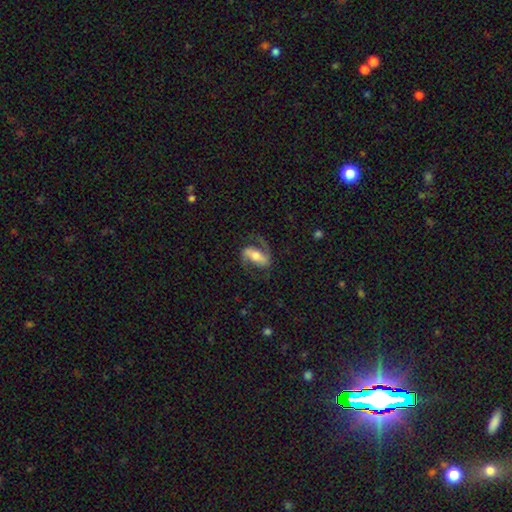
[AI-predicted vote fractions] This appears to be a featured or disk galaxy (79%) with a strong bar (55%), 2 (90%) medium (48%) spiral arms (93%) and a moderate central bulge (57%). Merging: none (71%).